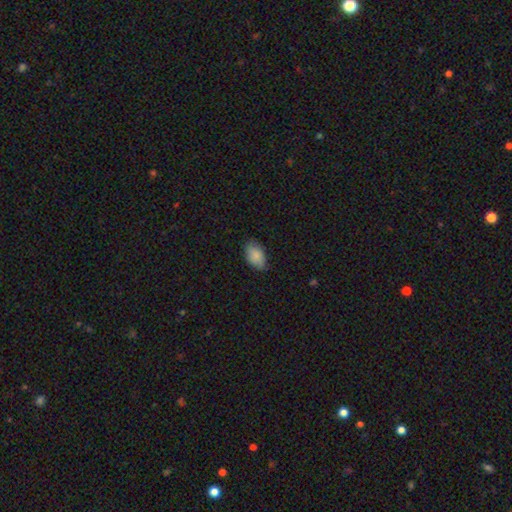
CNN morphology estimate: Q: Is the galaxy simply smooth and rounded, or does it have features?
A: smooth — 88%.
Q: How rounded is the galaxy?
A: in between — 92%.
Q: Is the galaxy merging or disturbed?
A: none — 78%.